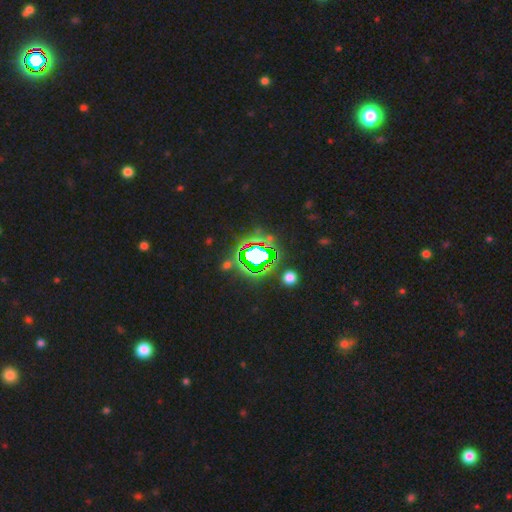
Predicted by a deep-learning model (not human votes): Smooth or featured? star or artifact (73%)